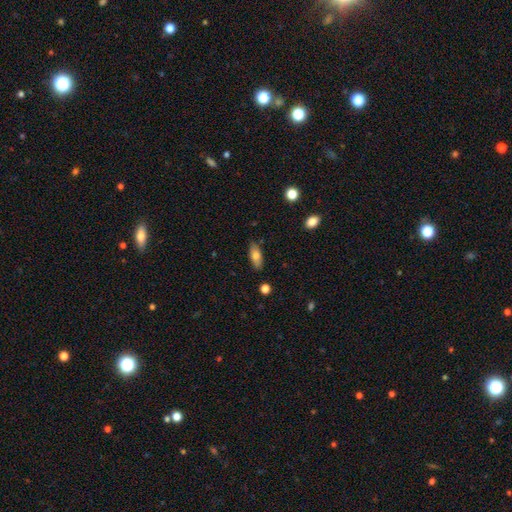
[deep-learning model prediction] This appears to be a smooth galaxy with no disk features (72%) that is in between round and cigar-shaped (78%). Merging: none (85%).